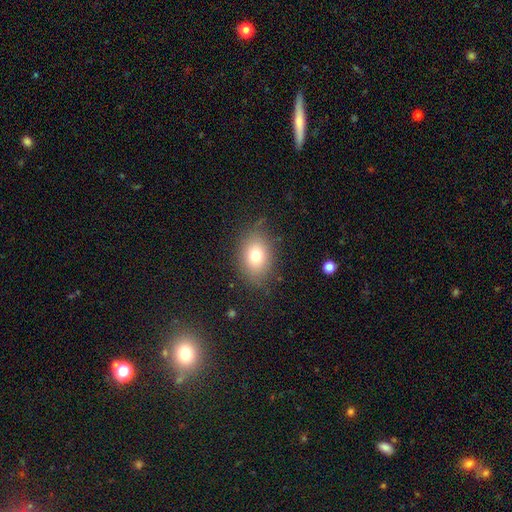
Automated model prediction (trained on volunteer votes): A smooth galaxy with no disk features (75%) that is in between round and cigar-shaped (69%).

Vote fractions:
- Smooth or featured? smooth: 75% / featured or disk: 13% / star or artifact: 12%
- How rounded? in between: 69% / round: 30% / cigar-shaped: 1%
- Merging? none: 81% / minor disturbance: 14% / major disturbance: 4% / merger: 1%